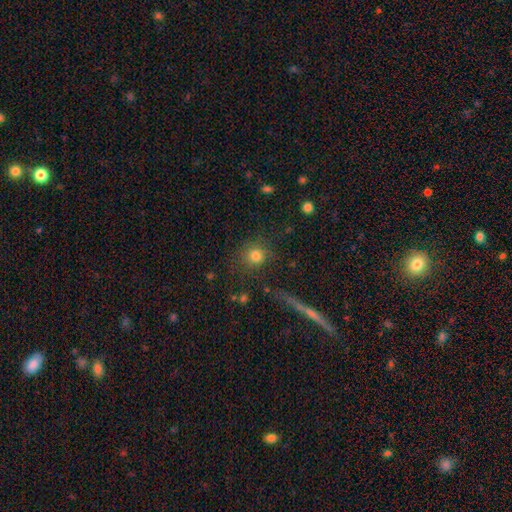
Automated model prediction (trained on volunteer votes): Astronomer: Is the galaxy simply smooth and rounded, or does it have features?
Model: smooth — 78%.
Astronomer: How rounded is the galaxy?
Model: round — 88%.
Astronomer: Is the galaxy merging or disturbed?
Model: none — 77%.